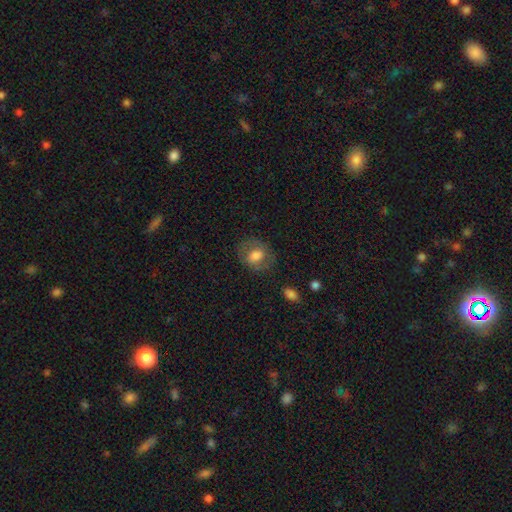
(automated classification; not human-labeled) smooth 64%, featured or disk 27%, star or artifact 8%. Down the decision tree: how rounded — in between (53%); merging — none (76%).